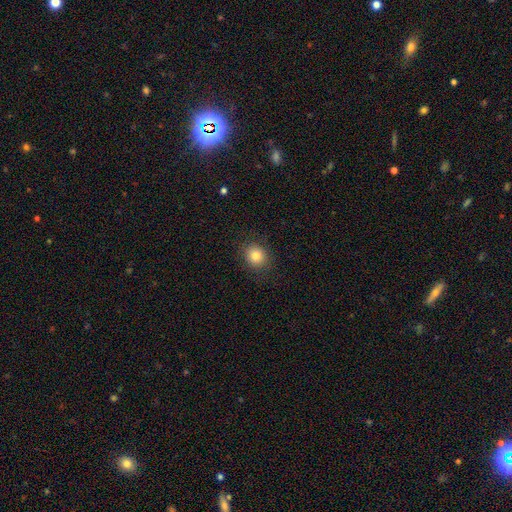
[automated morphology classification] Smooth or featured? smooth (81%)
How rounded? round (76%)
Merging? none (88%)